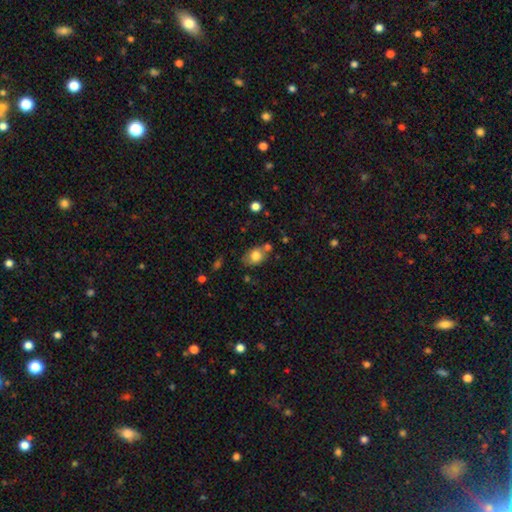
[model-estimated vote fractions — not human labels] smooth 78%, featured or disk 13%, star or artifact 9%. Down the decision tree: how rounded — in between (71%); merging — none (59%).